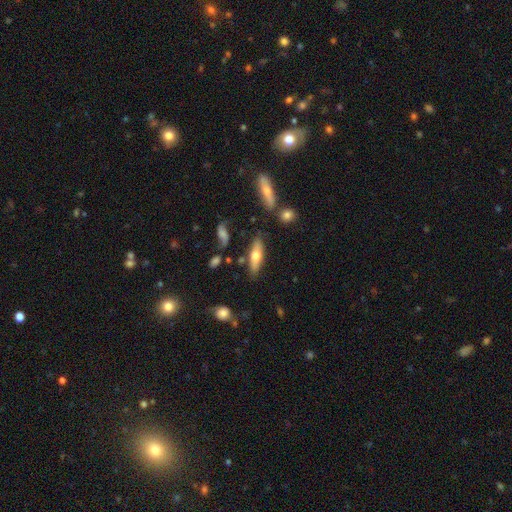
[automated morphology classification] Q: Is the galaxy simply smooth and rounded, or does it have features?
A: smooth — 57%.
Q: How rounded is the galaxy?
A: in between — 51%.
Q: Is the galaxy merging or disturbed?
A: none — 77%.